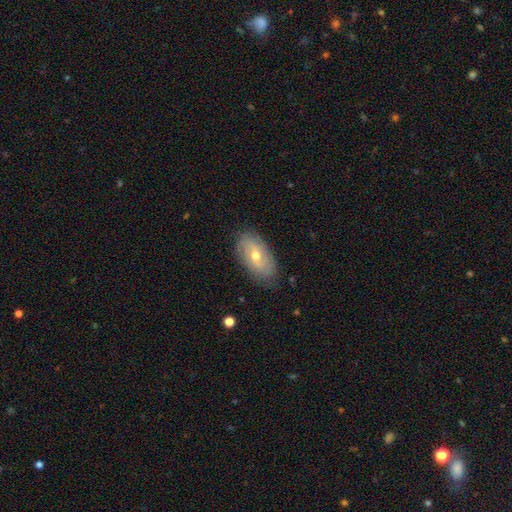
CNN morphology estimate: smooth-or-featured: featured or disk: 57% | smooth: 35% | star or artifact: 8%
  disk-edge-on: no: 89% | yes: 11%
    bar: no: 52% | weak: 38% | strong: 10%
    has-spiral-arms: yes: 67% | no: 33%
    bulge-size: moderate: 59% | small: 38% | large: 2% | none: 1% | dominant: 1%
  merging: none: 79% | minor disturbance: 16% | major disturbance: 4% | merger: 1%